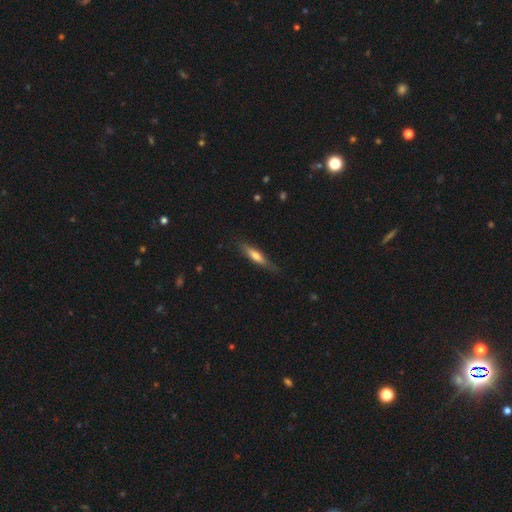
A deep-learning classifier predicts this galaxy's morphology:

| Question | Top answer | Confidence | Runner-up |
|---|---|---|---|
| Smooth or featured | smooth | 58% | featured or disk (36%) |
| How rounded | cigar-shaped | 79% | in between (19%) |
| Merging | none | 77% | minor disturbance (18%) |